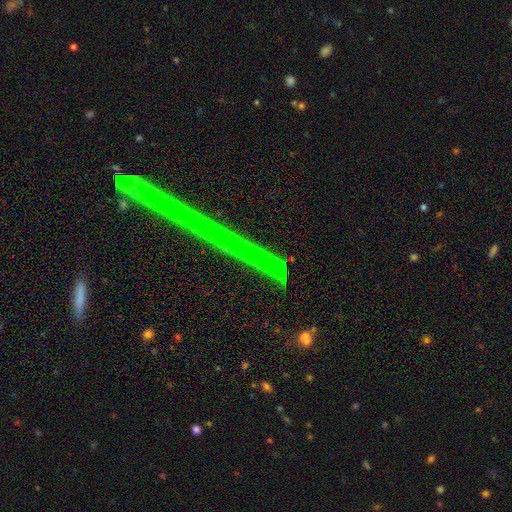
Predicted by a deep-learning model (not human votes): Smooth or featured? star or artifact (77%)